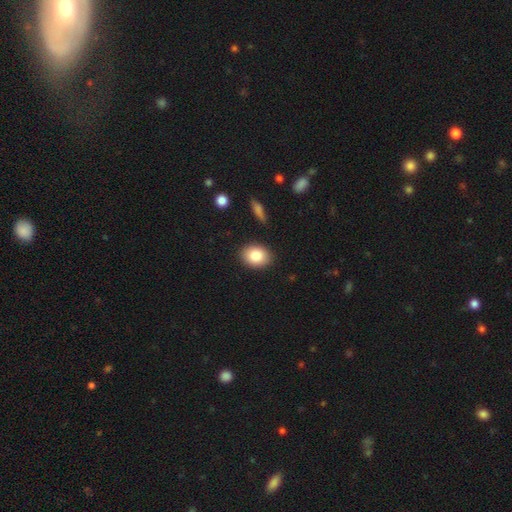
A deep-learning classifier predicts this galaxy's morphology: Overall: smooth (85%). How rounded: in between (62%; round 37%). Merging: none (88%).